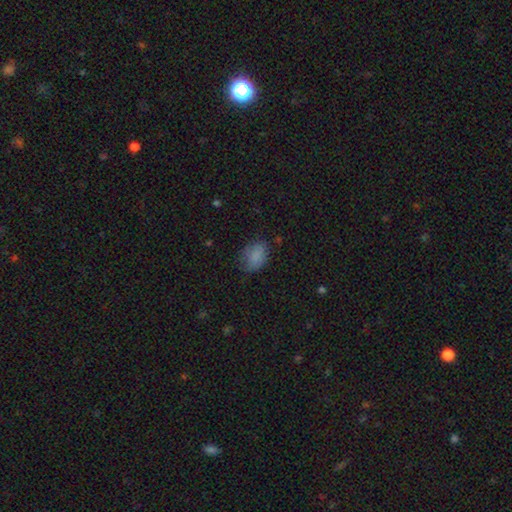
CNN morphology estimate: This is clearly a smooth galaxy (82%). How rounded: likely in between (77%). Merging: likely none (67%).